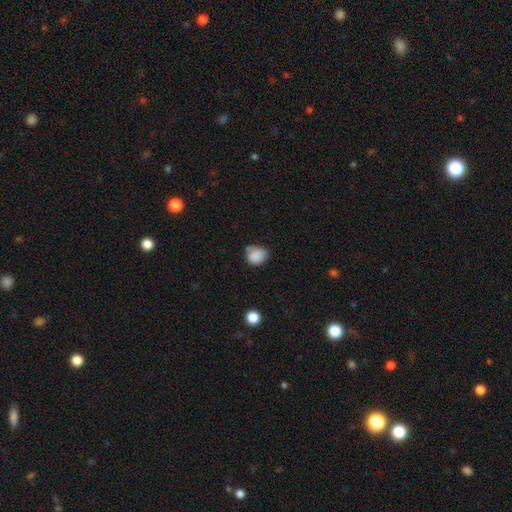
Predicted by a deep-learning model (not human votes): Smooth or featured?
  - smooth: 85% *
  - star or artifact: 10%
  - featured or disk: 6%
How rounded?
  - round: 59% *
  - in between: 40%
  - cigar-shaped: 1%
Merging?
  - none: 56% *
  - minor disturbance: 27%
  - merger: 11%
  - major disturbance: 6%